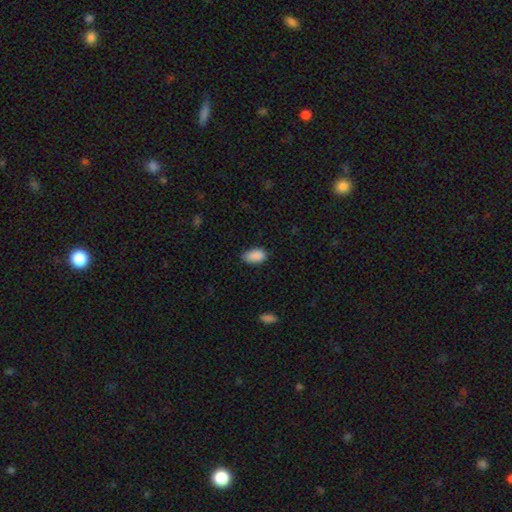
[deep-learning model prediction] smooth 89%, star or artifact 7%, featured or disk 4%. Down the decision tree: how rounded — in between (93%); merging — none (70%).